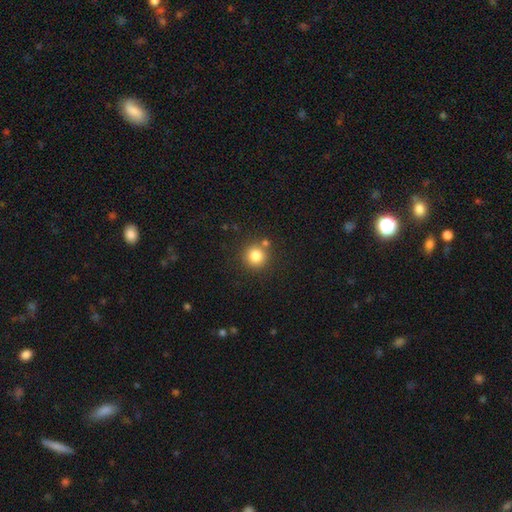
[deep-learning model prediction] smooth-or-featured: smooth: 82% | star or artifact: 12% | featured or disk: 7%
  how-rounded: round: 94% | in between: 5% | cigar-shaped: 1%
  merging: none: 80% | merger: 9% | minor disturbance: 8% | major disturbance: 3%